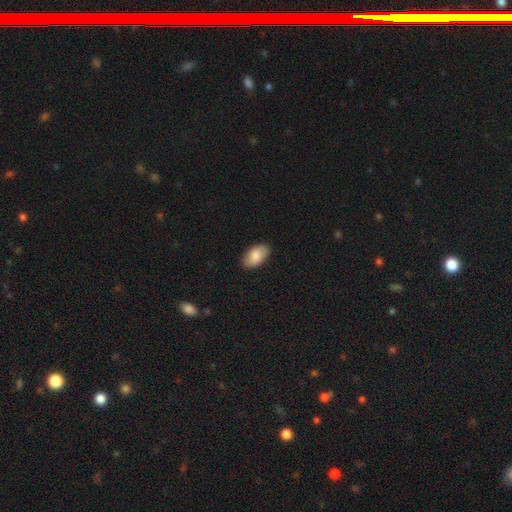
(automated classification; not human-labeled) Smooth or featured? Predicted: smooth (p=0.84). How rounded? Predicted: in between (p=0.94). Merging? Predicted: none (p=0.87).